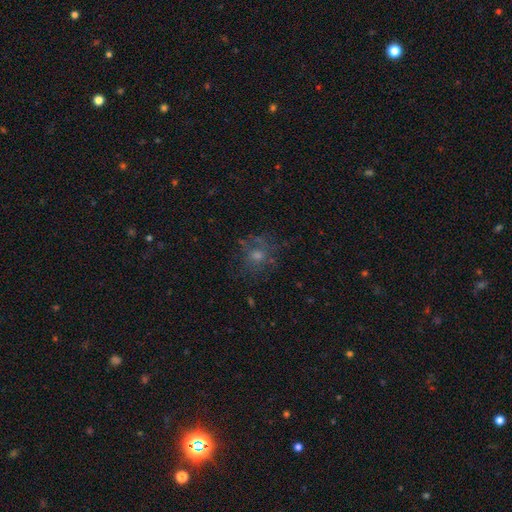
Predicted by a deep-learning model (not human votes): smooth_or_featured: smooth (p=0.42) [alt: featured or disk p=0.32]
merging: none (p=0.65) [alt: minor disturbance p=0.18]